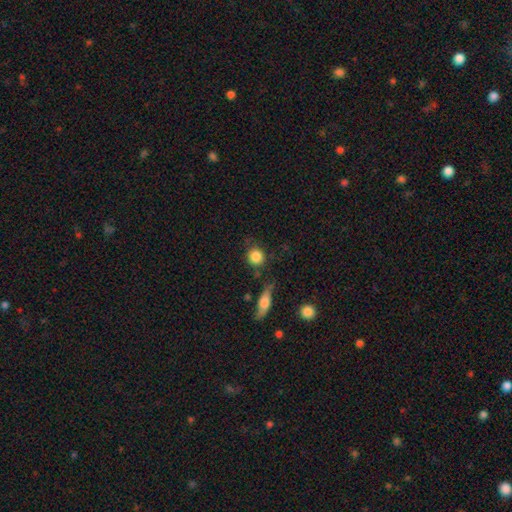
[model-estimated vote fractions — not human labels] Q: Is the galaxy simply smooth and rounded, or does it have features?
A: smooth — 85%.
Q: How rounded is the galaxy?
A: round — 88%.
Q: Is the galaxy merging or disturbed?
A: none — 73%.